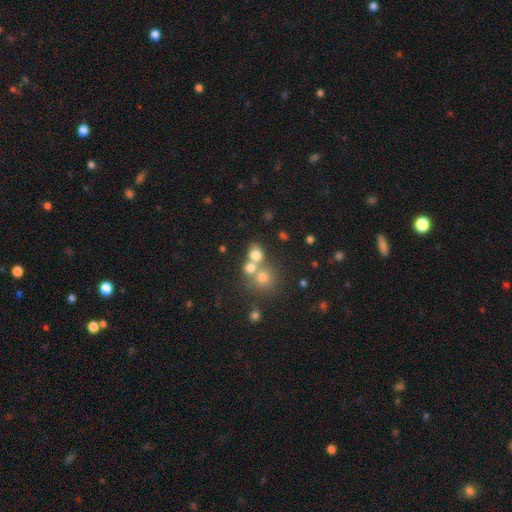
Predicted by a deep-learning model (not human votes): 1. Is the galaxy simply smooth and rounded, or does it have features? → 70% smooth, 15% star or artifact, 14% featured or disk.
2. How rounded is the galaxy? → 65% round, 33% in between, 1% cigar-shaped.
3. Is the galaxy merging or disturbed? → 45% merger, 42% none, 8% minor disturbance, 5% major disturbance.